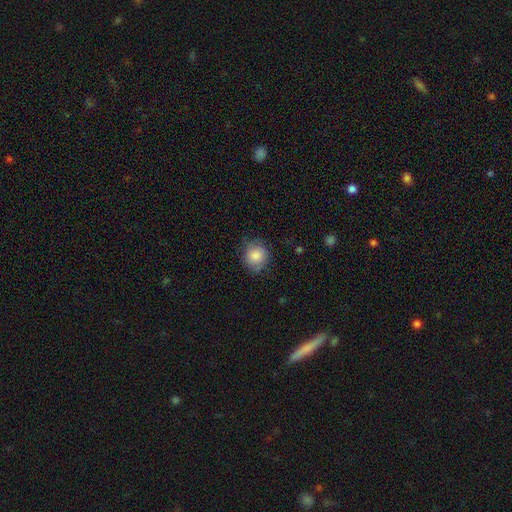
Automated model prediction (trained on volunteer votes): The model was most divided on "merging": none: 73%, minor disturbance: 20%, major disturbance: 5%, merger: 1%. More confident: smooth or featured — smooth (85%); how rounded — round (81%).